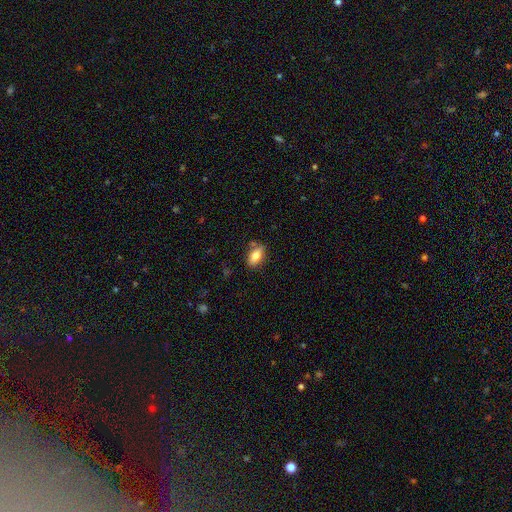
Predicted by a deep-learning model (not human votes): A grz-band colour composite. It shows a smooth galaxy with no disk features (76%) that is in between round and cigar-shaped (86%). Merging: none (78%).